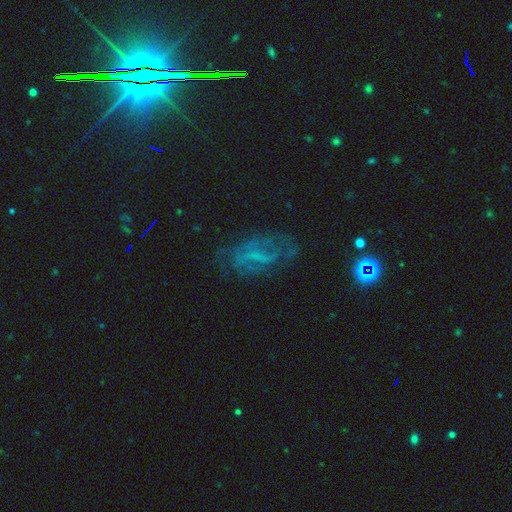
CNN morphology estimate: smooth-or-featured: featured or disk: 53% | smooth: 24% | star or artifact: 23%
  disk-edge-on: no: 93% | yes: 7%
  merging: none: 56% | major disturbance: 21% | minor disturbance: 21% | merger: 2%